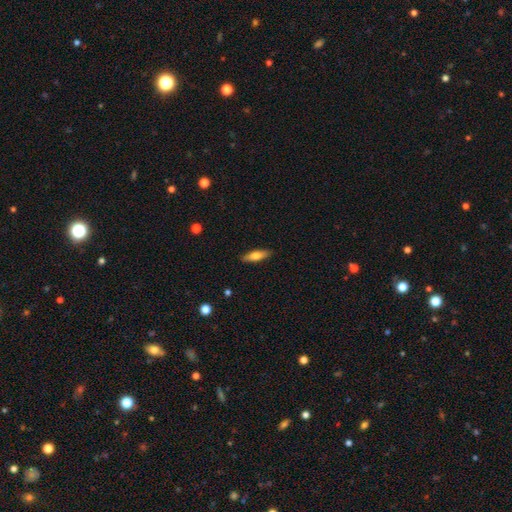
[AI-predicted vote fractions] smooth_or_featured: smooth (p=0.67) [alt: featured or disk p=0.27]
how_rounded: cigar-shaped (p=0.57) [alt: in between p=0.41]
merging: none (p=0.88) [alt: minor disturbance p=0.09]